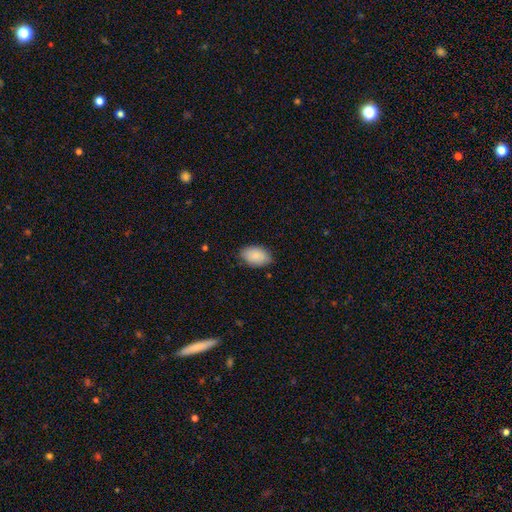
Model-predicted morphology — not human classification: smooth 86%, featured or disk 8%, star or artifact 6%. Down the decision tree: how rounded — in between (92%); merging — none (82%).